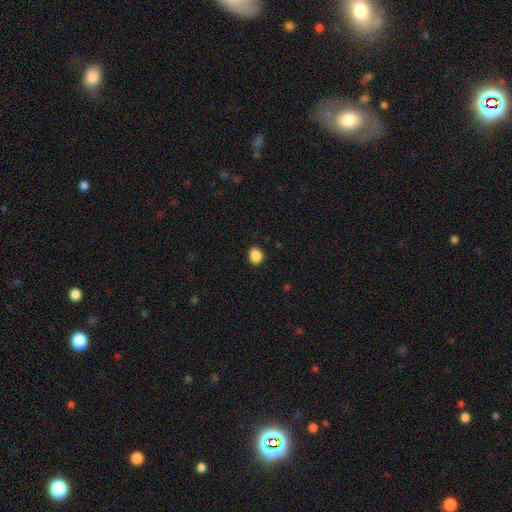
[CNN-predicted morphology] A smooth galaxy with no disk features (89%) that is in between round and cigar-shaped (57%). Merging: none (86%).